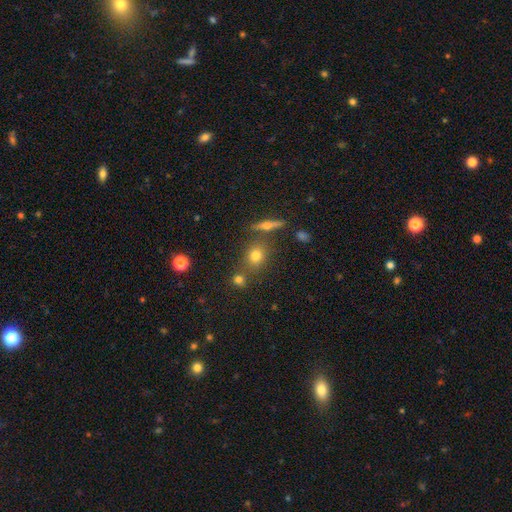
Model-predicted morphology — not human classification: Smooth or featured? smooth (71%)
How rounded? round (69%)
Merging? none (70%)